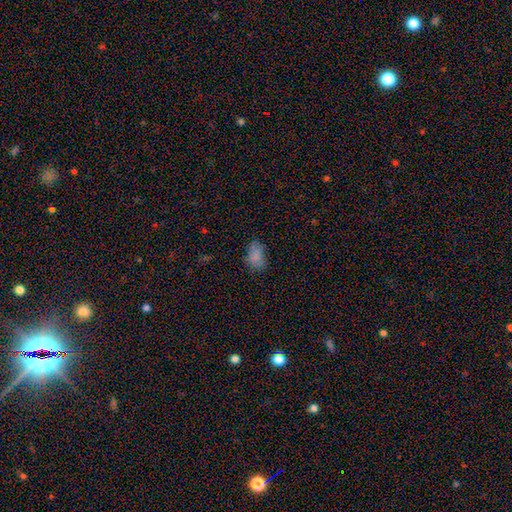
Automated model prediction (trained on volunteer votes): Smooth or featured: smooth — 82% (star or artifact — 12%)
How rounded: in between — 91% (round — 7%)
Merging: none — 73% (minor disturbance — 20%)